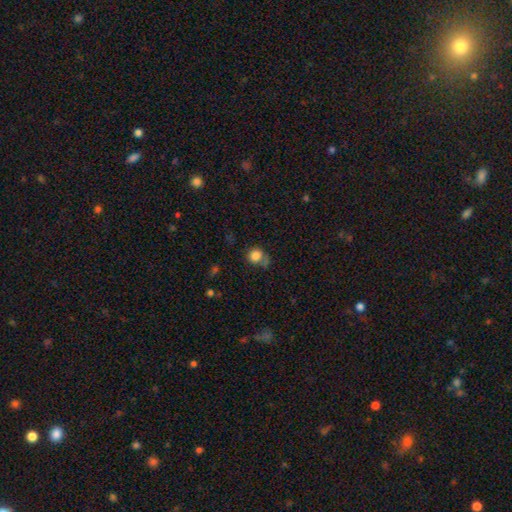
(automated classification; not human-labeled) Smooth or featured?
  - smooth: 82% *
  - star or artifact: 11%
  - featured or disk: 7%
How rounded?
  - round: 84% *
  - in between: 15%
  - cigar-shaped: 1%
Merging?
  - none: 54% *
  - minor disturbance: 20%
  - merger: 14%
  - major disturbance: 11%